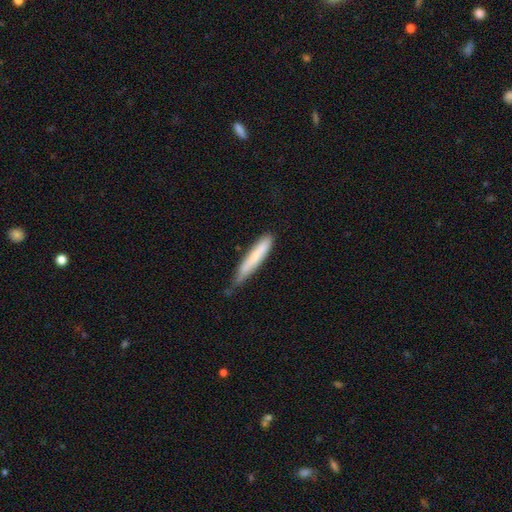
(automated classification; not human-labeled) Q: Smooth or featured?
A: smooth (70%); runner-up: featured or disk (25%)
Q: How rounded?
A: cigar-shaped (92%); runner-up: in between (7%)
Q: Merging?
A: none (57%); runner-up: minor disturbance (34%)